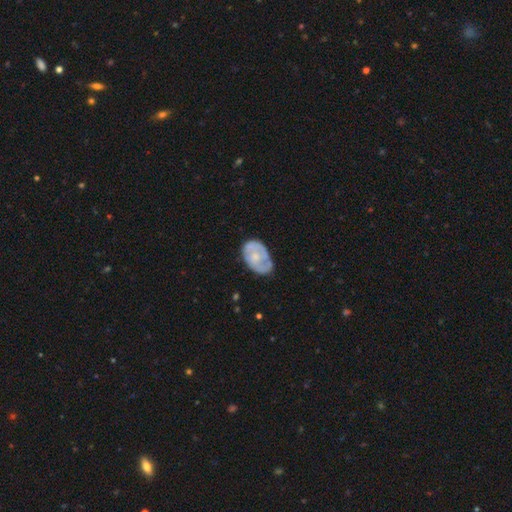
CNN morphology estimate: Smooth or featured? featured or disk (54%)
Edge-on disk? no (96%)
Bar? no (81%)
Spiral arms? yes (54%)
Bulge size? small (50%)
Merging? none (60%)